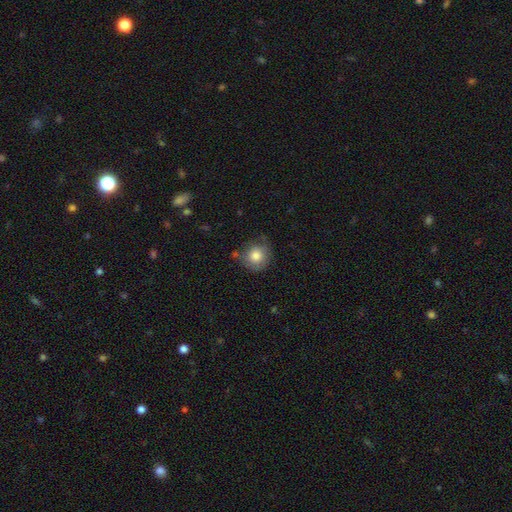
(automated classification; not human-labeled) Smooth or featured?
  - smooth: 81% *
  - featured or disk: 10%
  - star or artifact: 8%
How rounded?
  - round: 86% *
  - in between: 13%
  - cigar-shaped: 1%
Merging?
  - none: 66% *
  - minor disturbance: 24%
  - major disturbance: 6%
  - merger: 4%